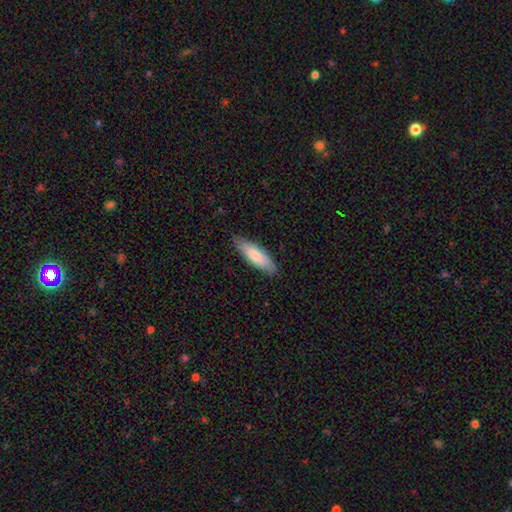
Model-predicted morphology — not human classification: The model was most divided on "how rounded": cigar-shaped: 52%, in between: 46%, round: 1%. More confident: merging — none (84%); smooth or featured — smooth (77%).